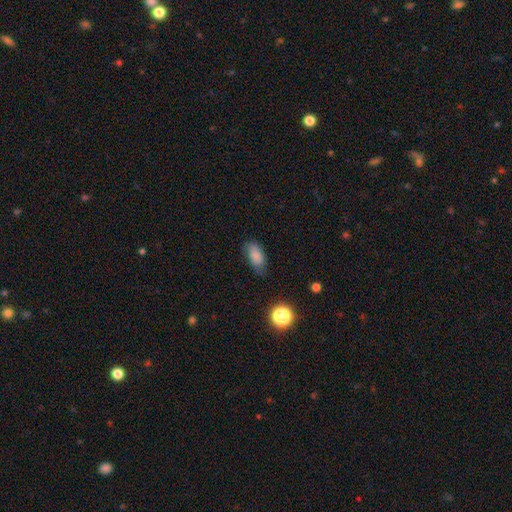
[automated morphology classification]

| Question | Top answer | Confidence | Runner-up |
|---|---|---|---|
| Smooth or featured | smooth | 82% | star or artifact (10%) |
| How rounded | in between | 90% | cigar-shaped (5%) |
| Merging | none | 70% | minor disturbance (23%) |